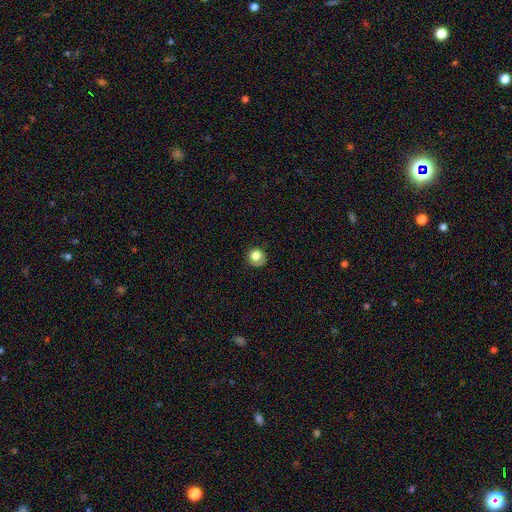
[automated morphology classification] The model was most divided on "merging": none: 76%, minor disturbance: 18%, major disturbance: 5%, merger: 1%. More confident: how rounded — round (89%); smooth or featured — smooth (79%).